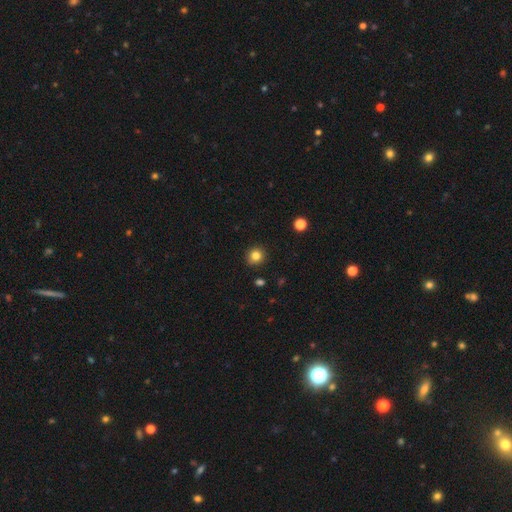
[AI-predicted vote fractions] A smooth galaxy with no disk features (83%) that is round (91%).

Vote fractions:
- Smooth or featured? smooth: 83% / star or artifact: 12% / featured or disk: 6%
- How rounded? round: 91% / in between: 8% / cigar-shaped: 1%
- Merging? none: 91% / minor disturbance: 6% / major disturbance: 2% / merger: 1%